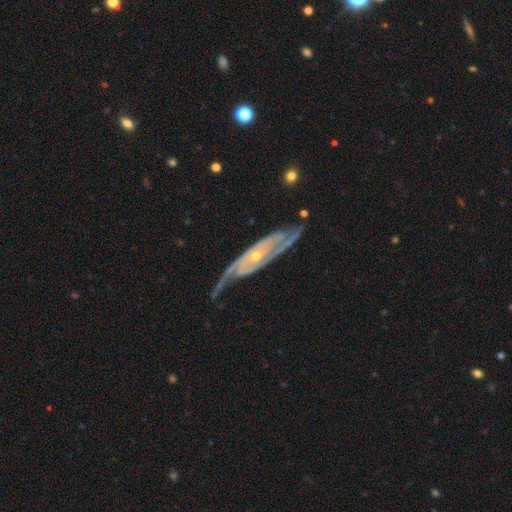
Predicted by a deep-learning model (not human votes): This is clearly a featured or disk galaxy (88%). It is likely not viewed edge-on (79%). Bar: likely no (61%). Spiral arm pattern: clearly yes (96%). Spiral arm count: possibly 2 (59%). Spiral winding: possibly tight (48%). Central bulge: likely small (74%). Merging: likely none (66%).